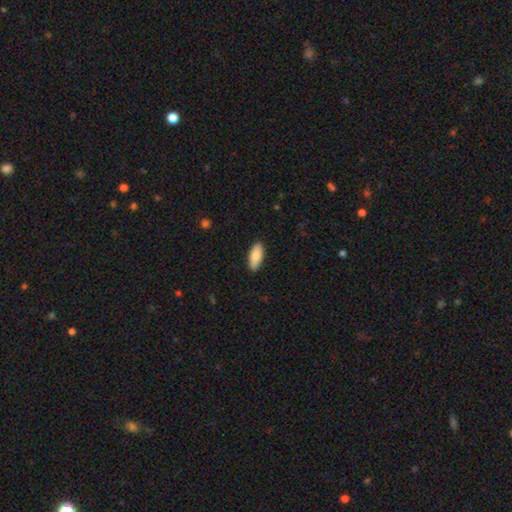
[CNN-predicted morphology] This appears to be a smooth galaxy with no disk features (85%) that is in between round and cigar-shaped (82%). Merging: none (89%).